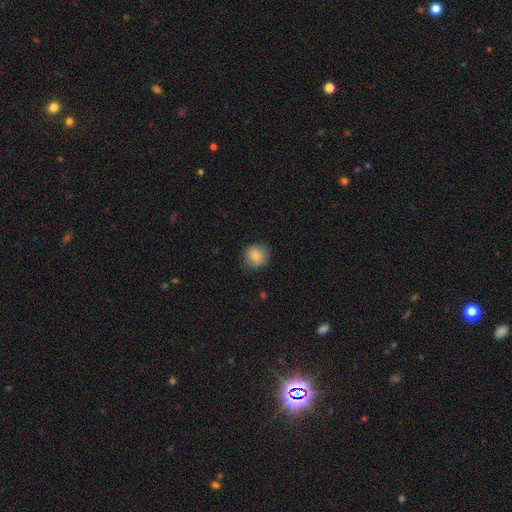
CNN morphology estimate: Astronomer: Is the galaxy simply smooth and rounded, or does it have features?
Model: smooth — 84%.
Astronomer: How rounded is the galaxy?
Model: round — 88%.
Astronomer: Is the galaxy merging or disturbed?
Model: none — 84%.